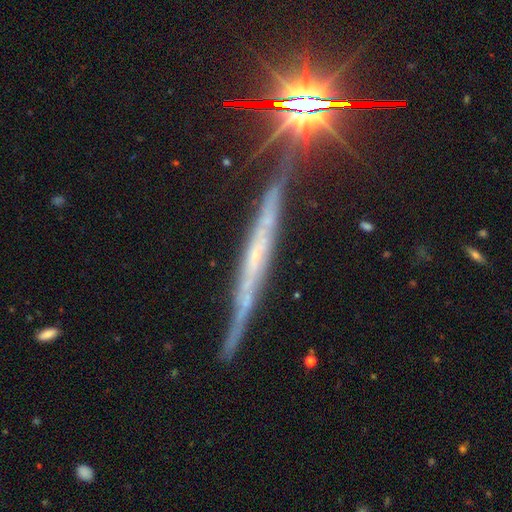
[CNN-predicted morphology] A featured or disk galaxy (69%) viewed edge-on (94%) with no central bulge (71%).

Vote fractions:
- Smooth or featured? featured or disk: 69% / smooth: 16% / star or artifact: 15%
- Edge-on disk? yes: 94% / no: 6%
- Edge-on bulge? none: 71% / rounded: 19% / boxy: 10%
- Merging? none: 78% / minor disturbance: 15% / major disturbance: 3% / merger: 3%